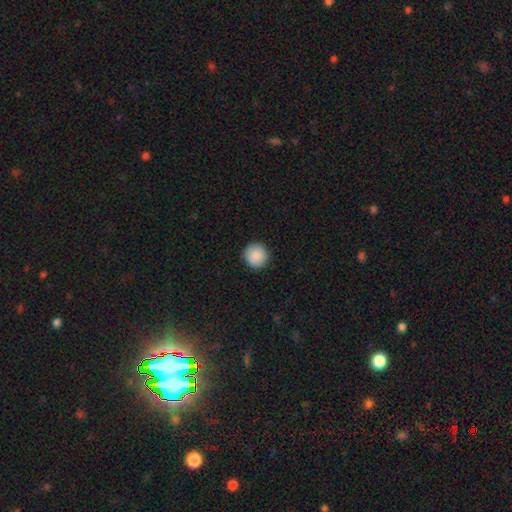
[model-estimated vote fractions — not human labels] Overall: smooth (89%). How rounded: round (95%). Merging: none (92%).